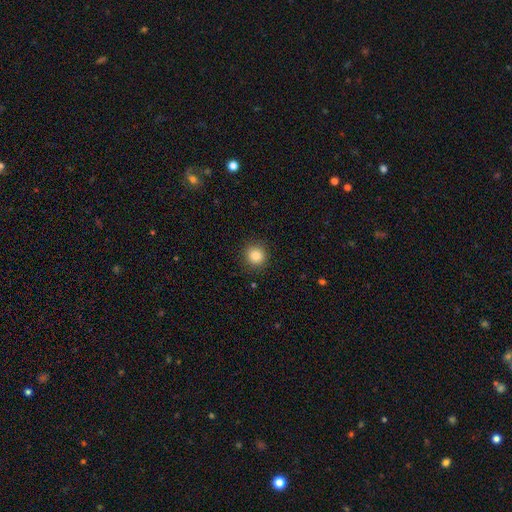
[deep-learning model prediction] Q: Smooth or featured?
A: smooth (84%); runner-up: star or artifact (11%)
Q: How rounded?
A: round (92%); runner-up: in between (7%)
Q: Merging?
A: none (90%); runner-up: minor disturbance (6%)